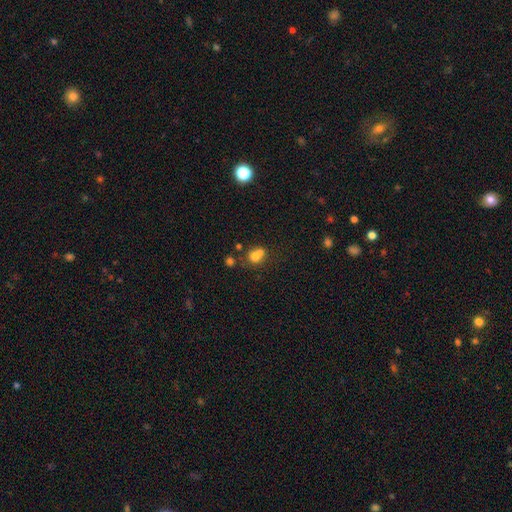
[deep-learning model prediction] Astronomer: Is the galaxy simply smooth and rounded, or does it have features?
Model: smooth — 71%.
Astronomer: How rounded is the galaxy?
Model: round — 73%.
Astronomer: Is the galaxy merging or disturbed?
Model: merger — 51% (runner-up: none, 36%).